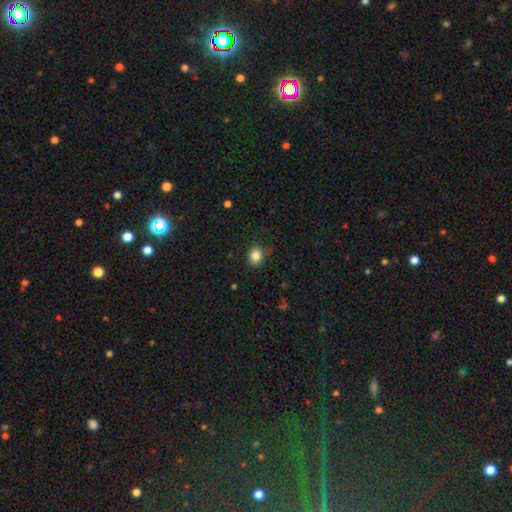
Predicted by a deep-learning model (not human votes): Q: Smooth or featured?
A: smooth (85%); runner-up: star or artifact (11%)
Q: How rounded?
A: round (69%); runner-up: in between (30%)
Q: Merging?
A: none (84%); runner-up: minor disturbance (12%)